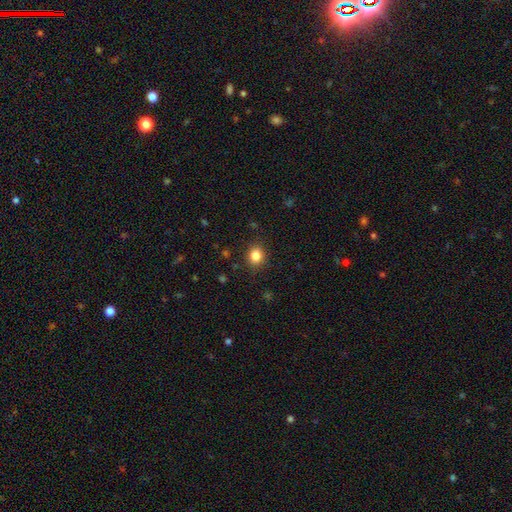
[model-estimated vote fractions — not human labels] Overall: smooth (84%). How rounded: round (64%; in between 35%). Merging: none (87%).